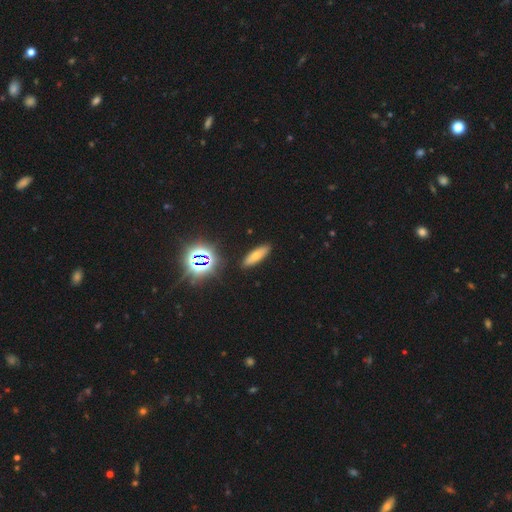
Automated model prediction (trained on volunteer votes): smooth-or-featured: smooth: 63% | featured or disk: 20% | star or artifact: 17%
  how-rounded: in between: 53% | cigar-shaped: 42% | round: 4%
  merging: none: 89% | minor disturbance: 8% | major disturbance: 2% | merger: 2%